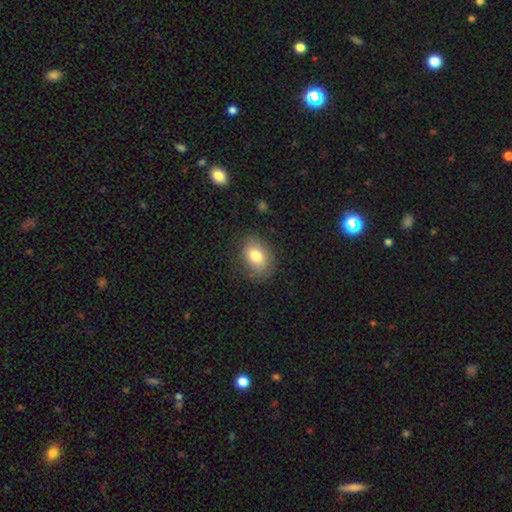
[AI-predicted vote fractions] Q: Smooth or featured?
A: smooth (79%); runner-up: featured or disk (12%)
Q: How rounded?
A: in between (72%); runner-up: round (27%)
Q: Merging?
A: none (77%); runner-up: minor disturbance (16%)